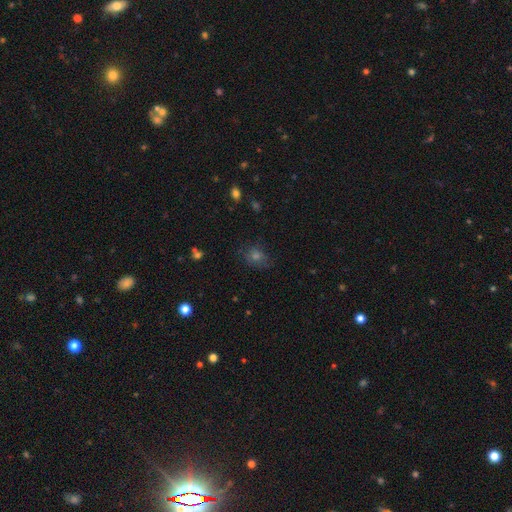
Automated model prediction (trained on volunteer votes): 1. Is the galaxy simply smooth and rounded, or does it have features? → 53% smooth, 30% star or artifact, 17% featured or disk.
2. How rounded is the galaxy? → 60% round, 39% in between, 1% cigar-shaped.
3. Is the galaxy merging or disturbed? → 73% none, 18% minor disturbance, 7% major disturbance, 2% merger.